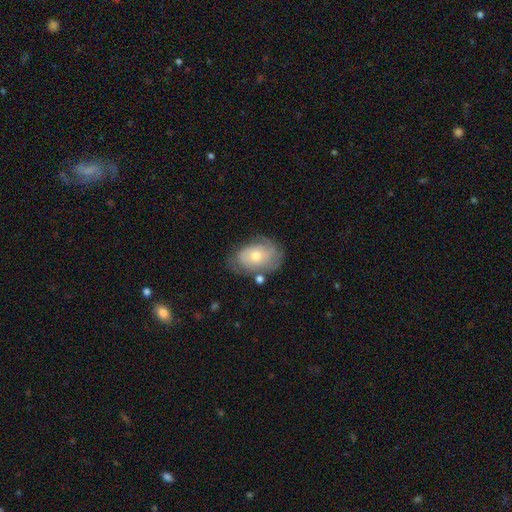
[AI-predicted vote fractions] Smooth or featured? featured or disk (48%)
Merging? none (60%)